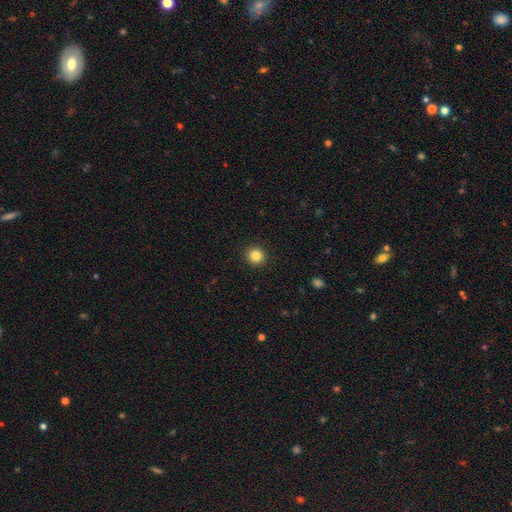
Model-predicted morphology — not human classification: A smooth galaxy with no disk features (84%) that is round (93%). Merging: none (93%).